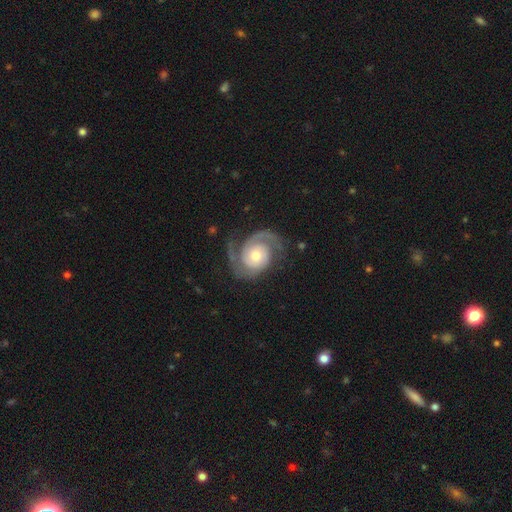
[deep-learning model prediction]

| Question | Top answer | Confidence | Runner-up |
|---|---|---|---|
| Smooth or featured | featured or disk | 91% | smooth (5%) |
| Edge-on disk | no | 98% | yes (2%) |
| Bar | no | 72% | weak (22%) |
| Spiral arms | yes | 98% | no (2%) |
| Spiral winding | tight | 50% | medium (42%) |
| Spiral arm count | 2 | 88% | 3 (4%) |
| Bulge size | moderate | 61% | small (29%) |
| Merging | none | 74% | minor disturbance (16%) |